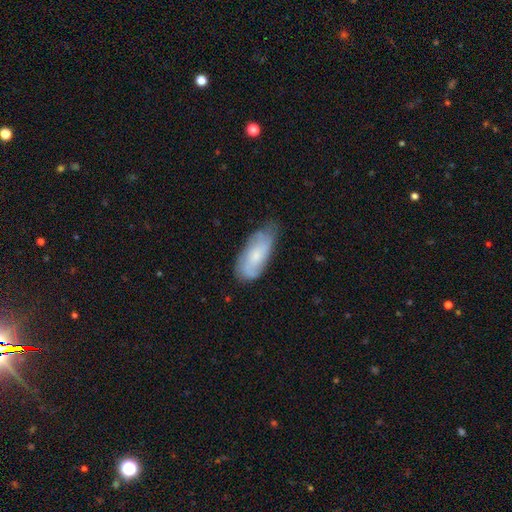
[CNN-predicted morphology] smooth_or_featured: featured or disk (p=0.47) [alt: smooth p=0.46]
merging: none (p=0.67) [alt: minor disturbance p=0.26]